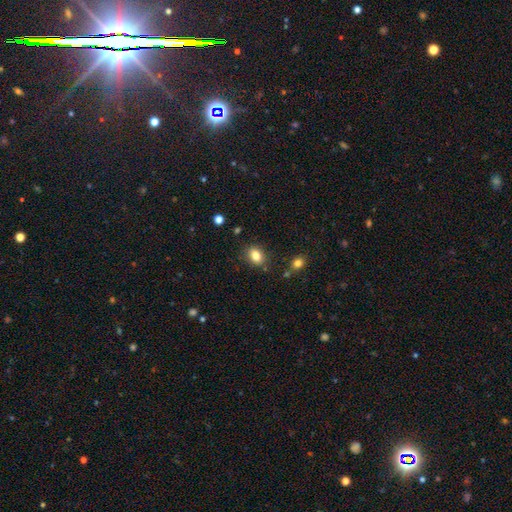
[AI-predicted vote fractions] Smooth or featured: smooth — 83% (star or artifact — 10%)
How rounded: in between — 72% (round — 27%)
Merging: none — 82% (minor disturbance — 12%)